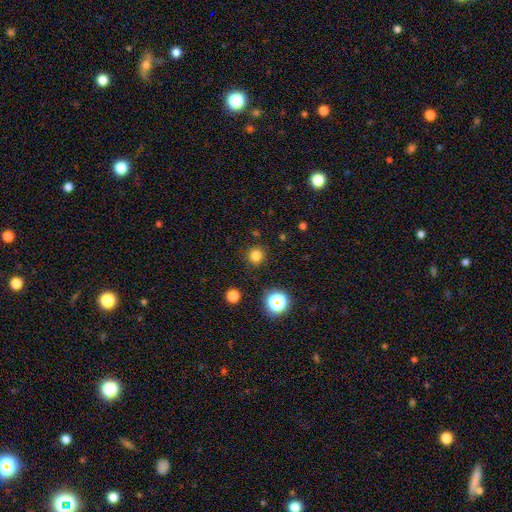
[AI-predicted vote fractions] Smooth or featured: smooth — 79% (star or artifact — 17%)
How rounded: round — 95% (in between — 4%)
Merging: none — 90% (minor disturbance — 6%)